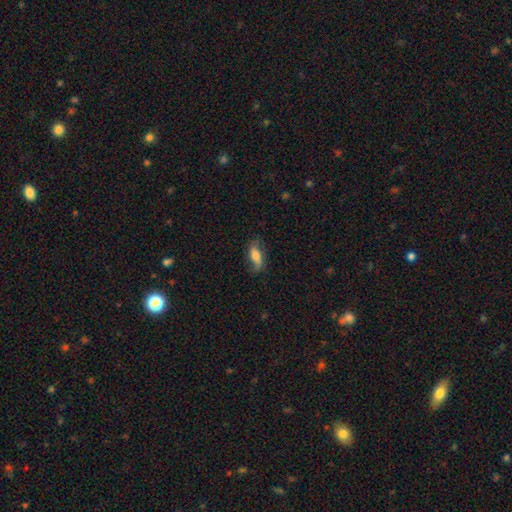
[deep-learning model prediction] smooth-or-featured: smooth: 59% | featured or disk: 33% | star or artifact: 7%
  how-rounded: in between: 75% | cigar-shaped: 21% | round: 4%
  merging: none: 68% | minor disturbance: 23% | major disturbance: 8% | merger: 1%